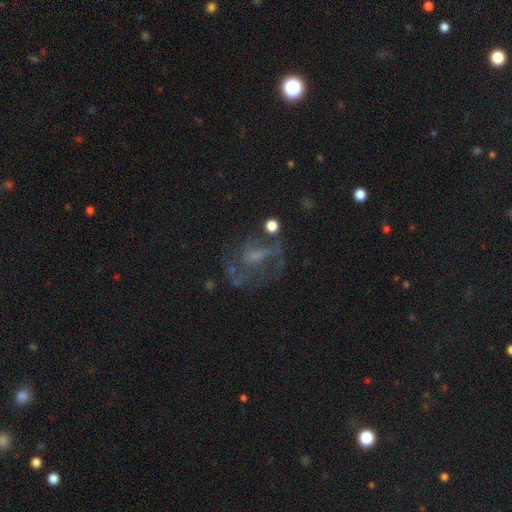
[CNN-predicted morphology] A featured or disk galaxy (64%) with no bar (45%), spiral arms (65%) and no central bulge (42%). Merging: none (51%).